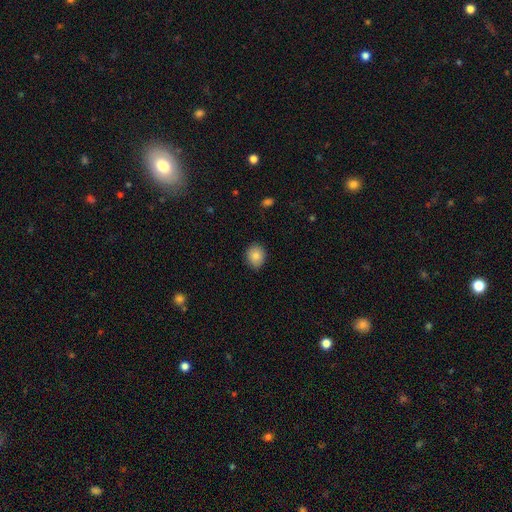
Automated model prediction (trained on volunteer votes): smooth-or-featured: smooth: 86% | star or artifact: 8% | featured or disk: 6%
  how-rounded: round: 59% | in between: 40% | cigar-shaped: 1%
  merging: none: 85% | minor disturbance: 11% | major disturbance: 2% | merger: 1%